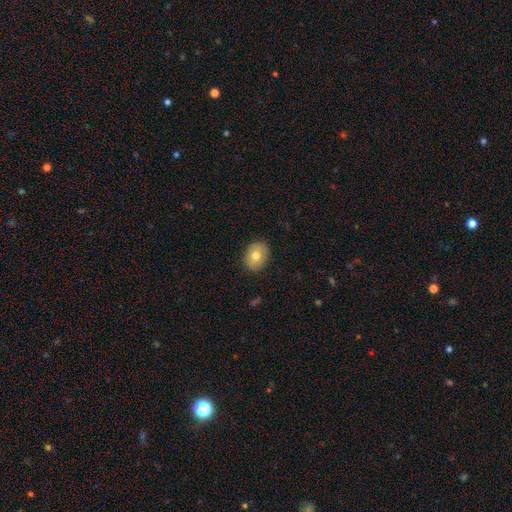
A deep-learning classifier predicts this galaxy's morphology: A smooth galaxy with no disk features (73%) that is in between round and cigar-shaped (57%).

Vote fractions:
- Smooth or featured? smooth: 73% / featured or disk: 19% / star or artifact: 8%
- How rounded? in between: 57% / round: 42% / cigar-shaped: 1%
- Merging? none: 86% / minor disturbance: 10% / major disturbance: 2% / merger: 1%